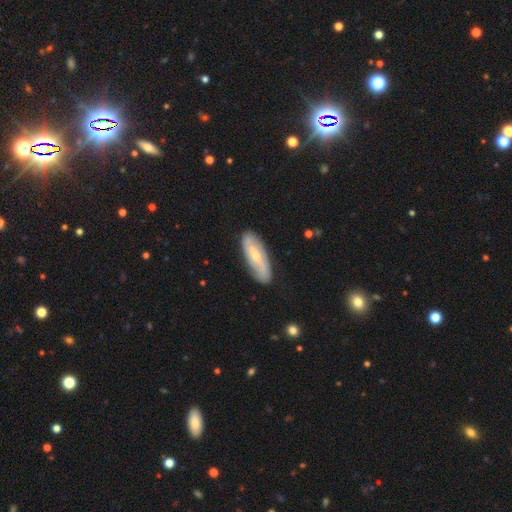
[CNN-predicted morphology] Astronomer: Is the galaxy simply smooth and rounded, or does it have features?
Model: featured or disk — 61%.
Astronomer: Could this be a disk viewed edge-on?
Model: no — 83%.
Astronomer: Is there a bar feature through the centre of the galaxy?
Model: weak — 44% (runner-up: no, 37%).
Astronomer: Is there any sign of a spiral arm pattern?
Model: yes — 81%.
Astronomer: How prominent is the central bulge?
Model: small — 54% (runner-up: moderate, 41%).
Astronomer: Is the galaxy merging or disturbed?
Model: none — 84%.